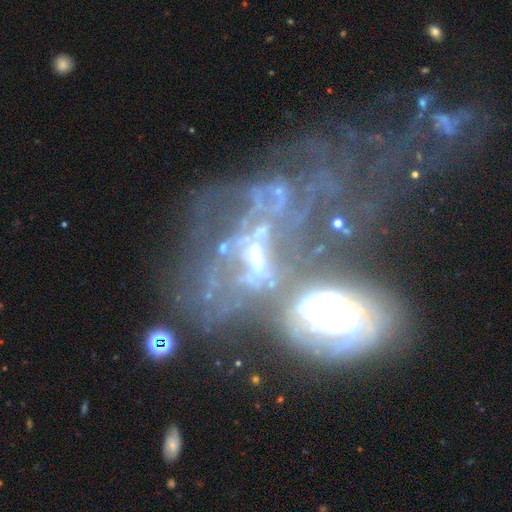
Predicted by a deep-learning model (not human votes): A featured or disk galaxy (69%) with a strong bar (43%), spiral arms (54%) and no central bulge (31%, tied with moderate). Merging: merger (40%).